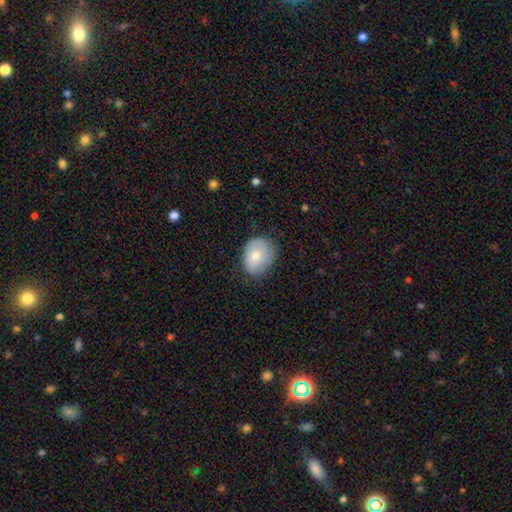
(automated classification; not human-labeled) Smooth or featured: smooth — 72% (featured or disk — 21%)
How rounded: in between — 50% (tied with round — 50%)
Merging: none — 69% (minor disturbance — 24%)